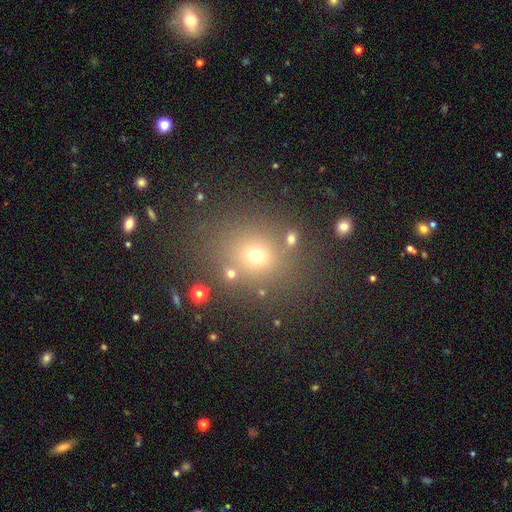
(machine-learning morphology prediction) smooth-or-featured: smooth: 64% | star or artifact: 25% | featured or disk: 10%
  how-rounded: round: 75% | in between: 24% | cigar-shaped: 1%
  merging: none: 79% | minor disturbance: 10% | merger: 6% | major disturbance: 5%